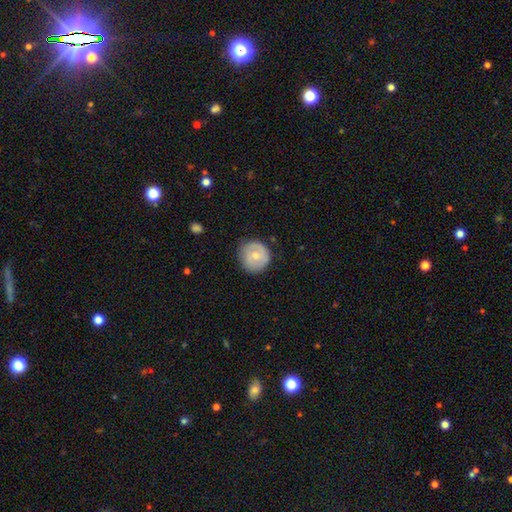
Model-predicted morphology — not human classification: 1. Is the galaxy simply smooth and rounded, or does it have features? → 57% smooth, 37% featured or disk, 6% star or artifact.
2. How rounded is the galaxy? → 91% round, 8% in between, 1% cigar-shaped.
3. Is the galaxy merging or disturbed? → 76% none, 18% minor disturbance, 4% major disturbance, 1% merger.